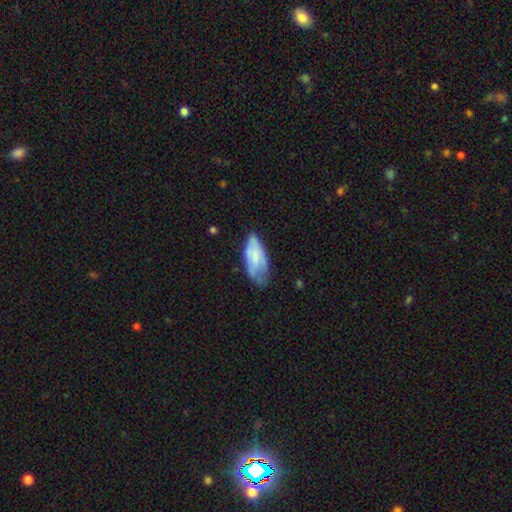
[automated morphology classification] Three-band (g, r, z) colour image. It shows a smooth galaxy with no disk features (64%) that is in between round and cigar-shaped (88%). Merging: none (48%).